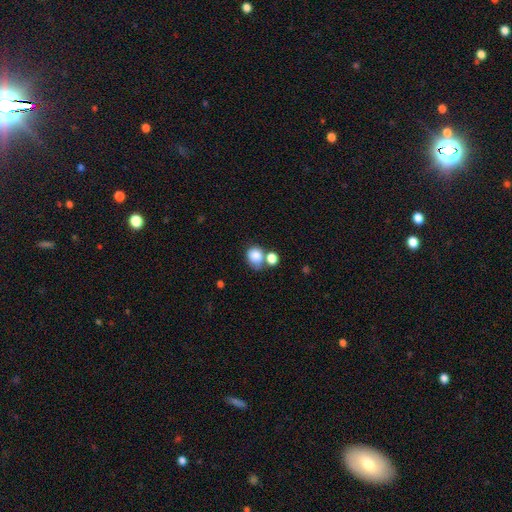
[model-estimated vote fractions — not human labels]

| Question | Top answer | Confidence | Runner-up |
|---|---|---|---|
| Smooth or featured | smooth | 83% | star or artifact (9%) |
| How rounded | round | 65% | in between (34%) |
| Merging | none | 42% | merger (39%) |